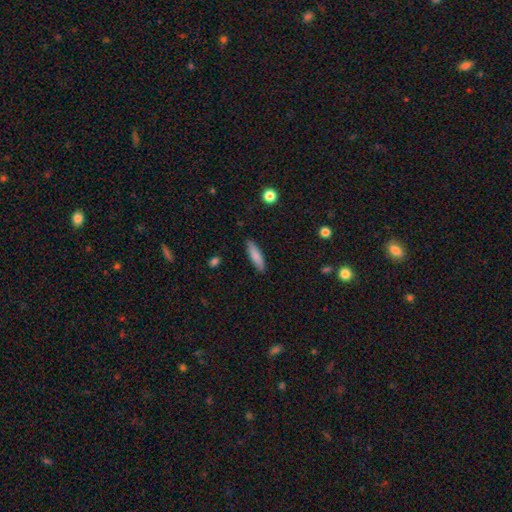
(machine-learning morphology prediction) Overall: smooth (82%). How rounded: cigar-shaped (68%; in between 31%). Merging: none (87%).